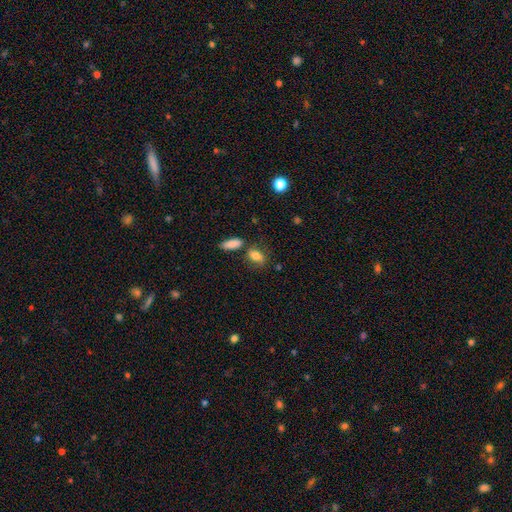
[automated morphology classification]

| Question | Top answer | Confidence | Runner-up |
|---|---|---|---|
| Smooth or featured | smooth | 81% | featured or disk (10%) |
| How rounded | in between | 82% | round (13%) |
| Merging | none | 60% | minor disturbance (18%) |